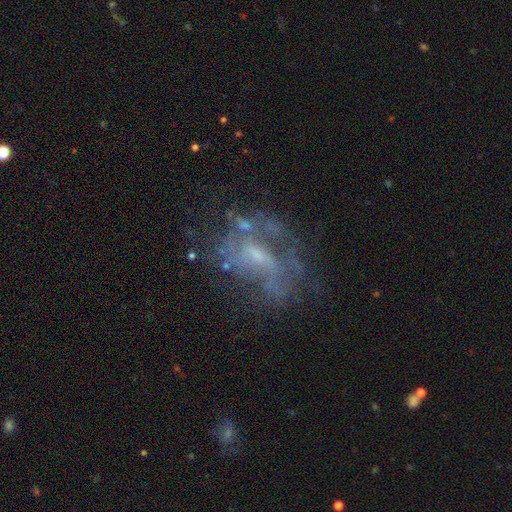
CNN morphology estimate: This appears to be a featured or disk galaxy (70%) with no bar (53%), no spiral arms (51%) and a small central bulge (50%). Merging: none (49%).